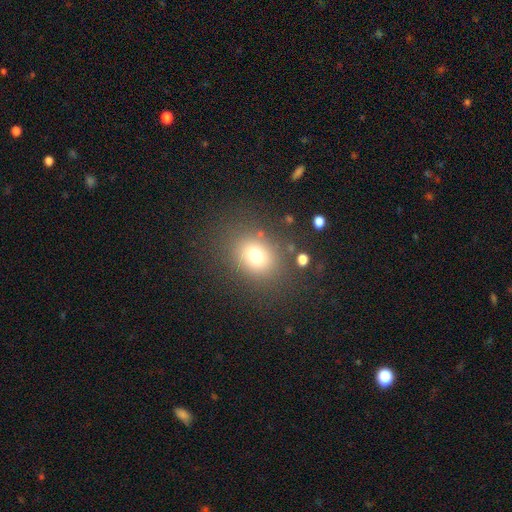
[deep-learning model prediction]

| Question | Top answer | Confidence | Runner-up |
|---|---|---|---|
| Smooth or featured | smooth | 74% | star or artifact (15%) |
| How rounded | round | 55% | in between (44%) |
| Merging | none | 80% | minor disturbance (10%) |